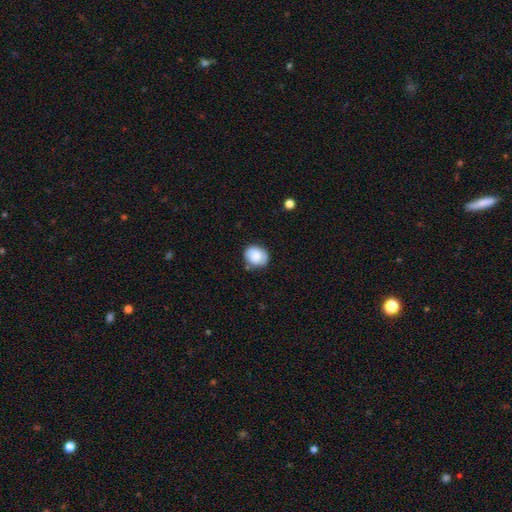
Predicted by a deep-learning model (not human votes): smooth_or_featured: smooth (p=0.76) [alt: featured or disk p=0.16]
how_rounded: round (p=0.65) [alt: in between p=0.34]
merging: none (p=0.75) [alt: minor disturbance p=0.18]